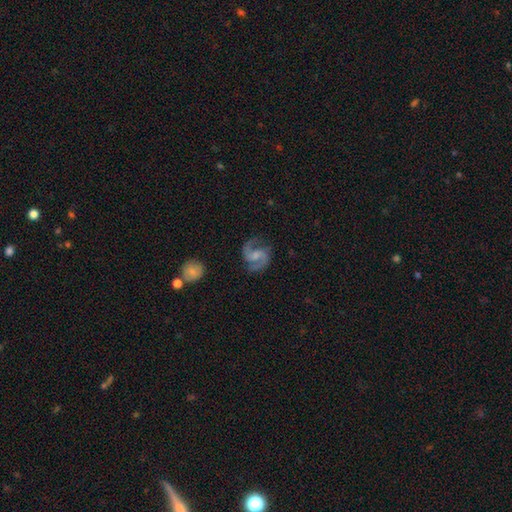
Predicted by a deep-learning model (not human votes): Q: Smooth or featured?
A: featured or disk (89%); runner-up: smooth (6%)
Q: Edge-on disk?
A: no (98%); runner-up: yes (2%)
Q: Bar?
A: weak (48%); runner-up: no (41%)
Q: Spiral arms?
A: yes (98%); runner-up: no (2%)
Q: Spiral winding?
A: medium (62%); runner-up: loose (24%)
Q: Spiral arm count?
A: 2 (93%); runner-up: can't tell (2%)
Q: Bulge size?
A: small (38%); runner-up: moderate (34%)
Q: Merging?
A: none (77%); runner-up: minor disturbance (15%)